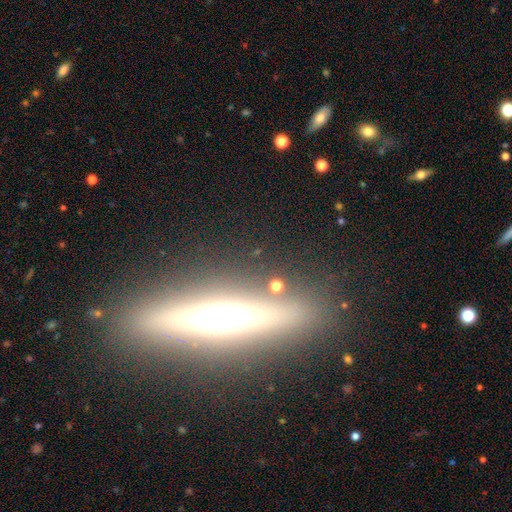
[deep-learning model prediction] This appears to be a featured or disk galaxy (67%) viewed edge-on (93%) with a rounded central bulge (77%). Merging: none (88%).